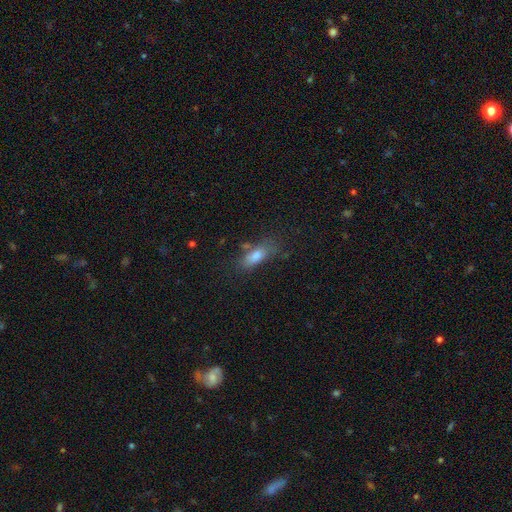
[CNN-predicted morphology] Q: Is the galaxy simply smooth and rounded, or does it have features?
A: smooth — 76%.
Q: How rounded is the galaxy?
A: in between — 71%.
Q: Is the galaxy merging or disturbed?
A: none — 57%.